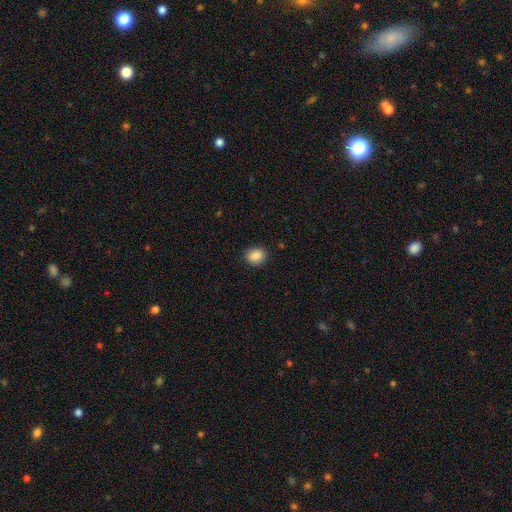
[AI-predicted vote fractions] This is clearly a smooth galaxy (88%). How rounded: possibly round (54%). Merging: clearly none (87%).